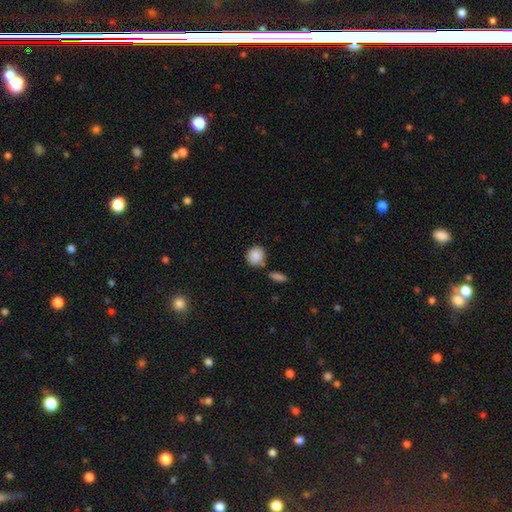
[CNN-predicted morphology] Smooth or featured? smooth (88%)
How rounded? round (81%)
Merging? none (71%)